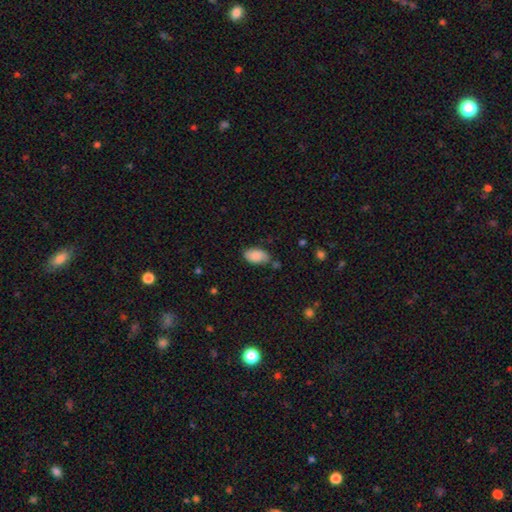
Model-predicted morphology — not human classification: This appears to be a smooth galaxy with no disk features (85%) that is in between round and cigar-shaped (94%). Merging: none (68%).